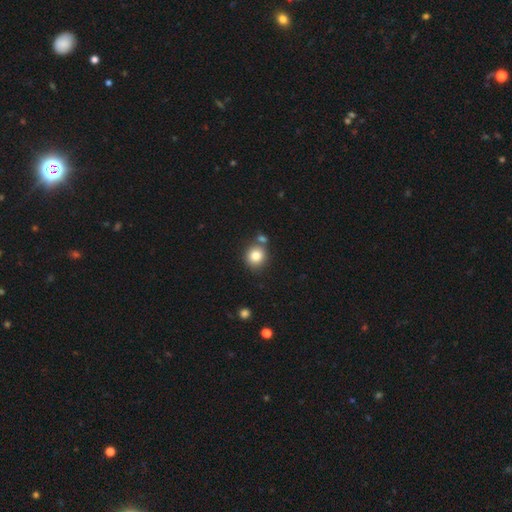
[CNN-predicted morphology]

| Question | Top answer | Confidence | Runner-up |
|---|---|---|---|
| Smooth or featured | smooth | 81% | star or artifact (10%) |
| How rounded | round | 88% | in between (11%) |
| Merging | none | 72% | merger (16%) |